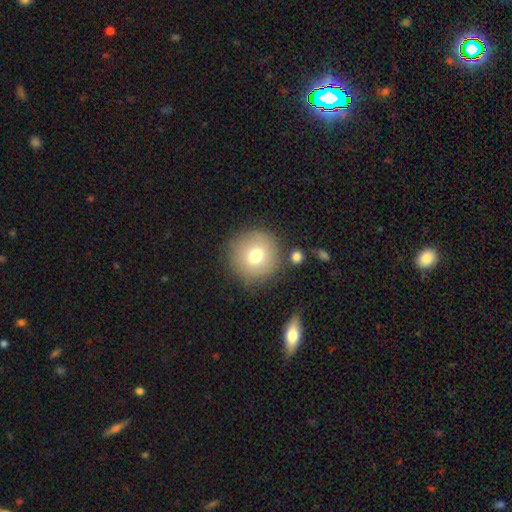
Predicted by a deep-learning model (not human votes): The model was most divided on "smooth or featured": smooth: 73%, featured or disk: 16%, star or artifact: 11%. More confident: how rounded — round (94%); merging — none (84%).